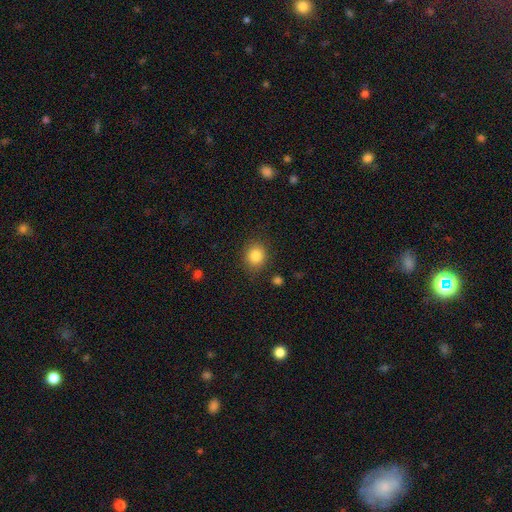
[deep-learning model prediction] Smooth or featured? Predicted: smooth (p=0.84). How rounded? Predicted: round (p=0.72). Merging? Predicted: none (p=0.86).